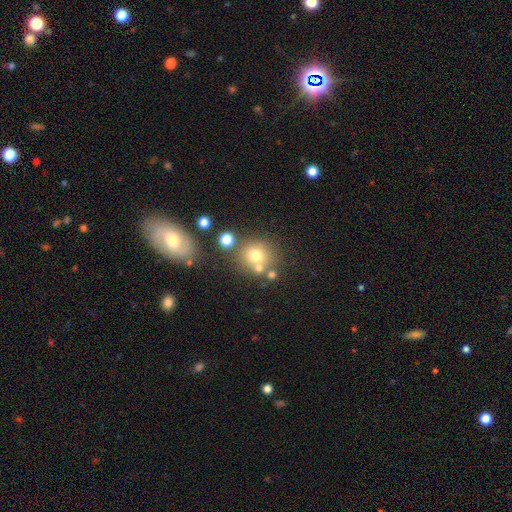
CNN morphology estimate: Smooth or featured?
  - smooth: 69% *
  - star or artifact: 16%
  - featured or disk: 15%
How rounded?
  - round: 85% *
  - in between: 14%
  - cigar-shaped: 1%
Merging?
  - none: 63% *
  - merger: 20%
  - minor disturbance: 12%
  - major disturbance: 5%